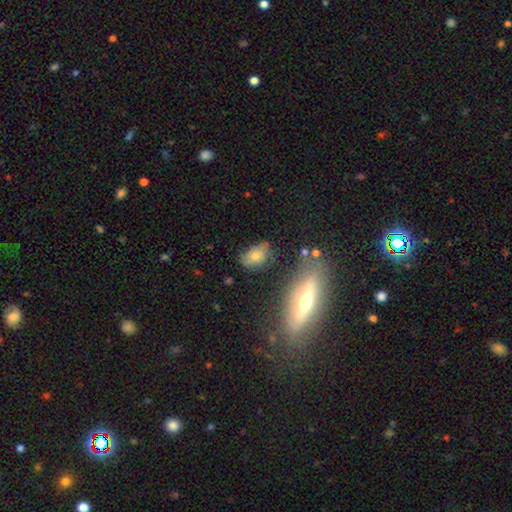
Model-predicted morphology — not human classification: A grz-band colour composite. It shows a smooth galaxy with no disk features (62%) that is in between round and cigar-shaped (81%). Merging: none (67%).